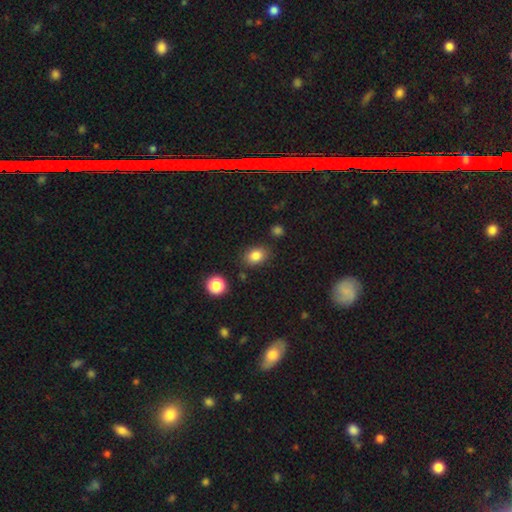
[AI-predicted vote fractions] A smooth galaxy with no disk features (84%) that is in between round and cigar-shaped (66%).

Vote fractions:
- Smooth or featured? smooth: 84% / star or artifact: 10% / featured or disk: 6%
- How rounded? in between: 66% / round: 33% / cigar-shaped: 1%
- Merging? none: 82% / minor disturbance: 11% / merger: 4% / major disturbance: 3%